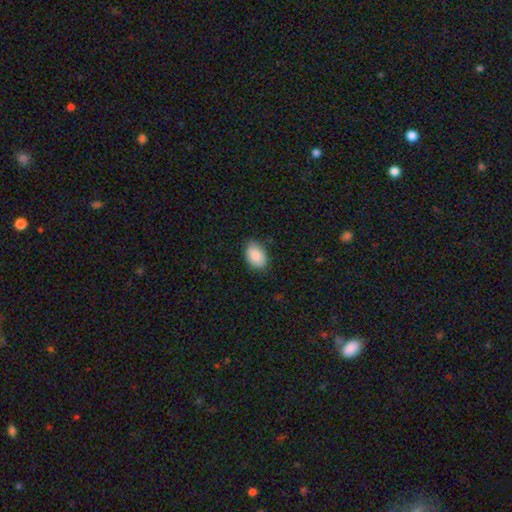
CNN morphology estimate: smooth 87%, star or artifact 7%, featured or disk 6%. Down the decision tree: how rounded — in between (89%); merging — none (82%).